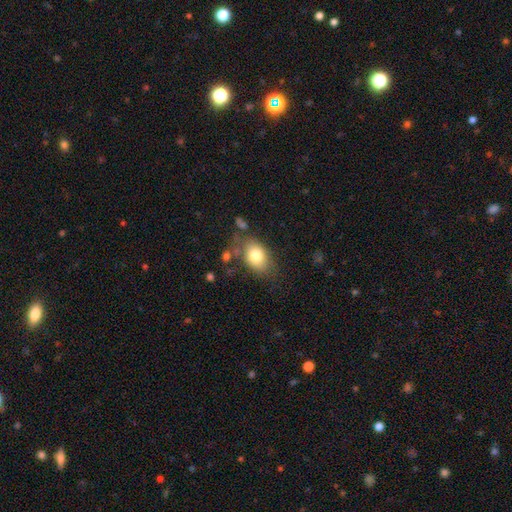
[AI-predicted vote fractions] This appears to be a smooth galaxy with no disk features (79%) that is in between round and cigar-shaped (81%). Merging: none (66%).